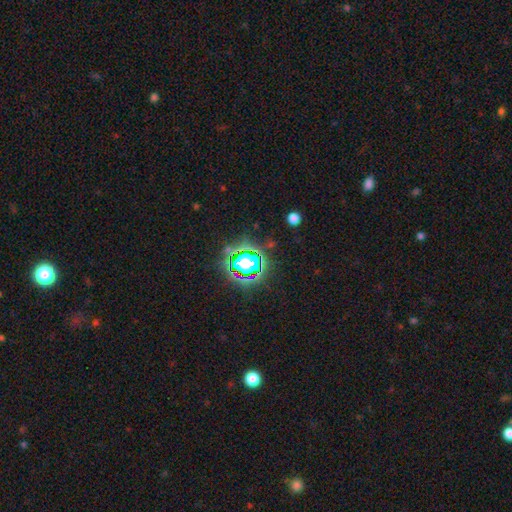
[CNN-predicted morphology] This is likely a star or artifact rather than a galaxy (80%).